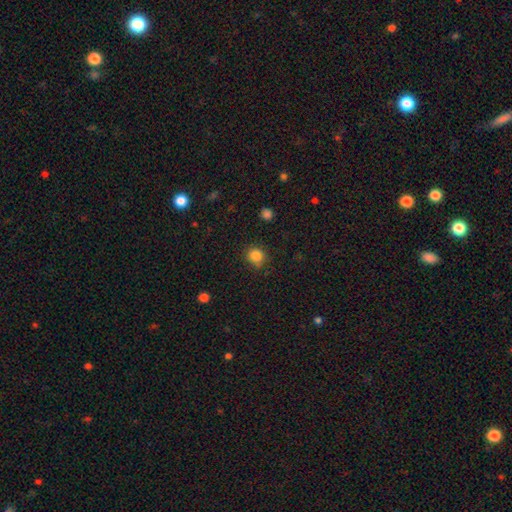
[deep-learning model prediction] smooth 84%, star or artifact 12%, featured or disk 4%. Down the decision tree: how rounded — round (86%); merging — none (83%).